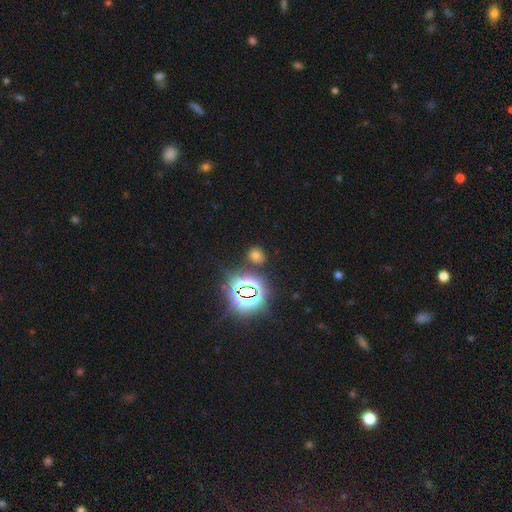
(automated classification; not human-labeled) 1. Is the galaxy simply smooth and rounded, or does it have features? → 57% smooth, 37% star or artifact, 7% featured or disk.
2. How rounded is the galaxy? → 69% round, 29% in between, 1% cigar-shaped.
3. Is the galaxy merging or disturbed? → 82% none, 10% minor disturbance, 5% merger, 4% major disturbance.